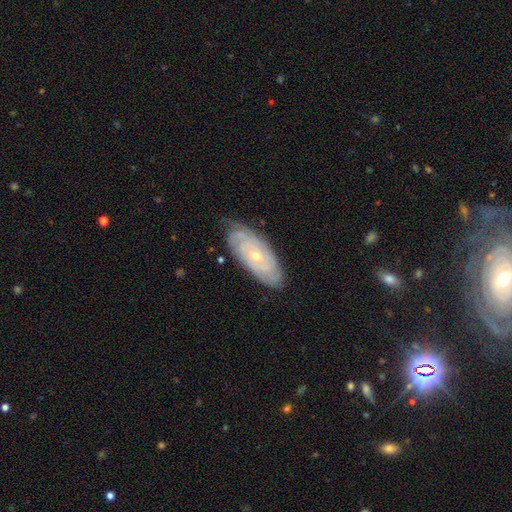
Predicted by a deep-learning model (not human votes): A featured or disk galaxy (77%) with no bar (80%), tight (77%) spiral arms (90%) and a small central bulge (64%).

Vote fractions:
- Smooth or featured? featured or disk: 77% / smooth: 17% / star or artifact: 6%
- Edge-on disk? no: 90% / yes: 10%
- Bar? no: 80% / weak: 16% / strong: 4%
- Spiral arms? yes: 90% / no: 10%
- Spiral winding? tight: 77% / medium: 18% / loose: 5%
- Spiral arm count? can't tell: 49% / 2: 20% / 3: 13% / 4: 9% / more than 4: 5% / 1: 4%
- Bulge size? small: 64% / moderate: 34% / large: 1% / none: 1% / dominant: 1%
- Merging? none: 78% / minor disturbance: 17% / major disturbance: 3% / merger: 1%